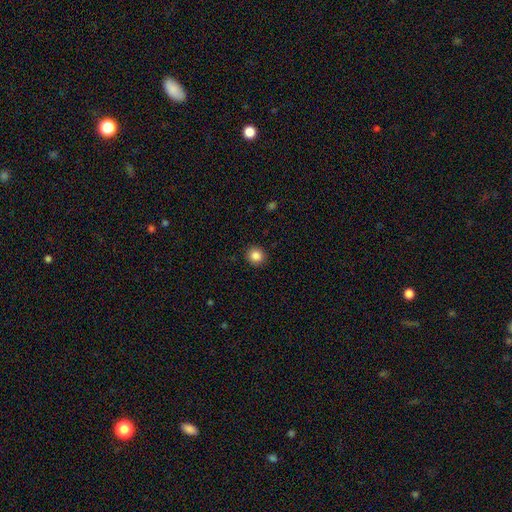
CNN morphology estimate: The model was most divided on "smooth or featured": smooth: 86%, star or artifact: 10%, featured or disk: 4%. More confident: merging — none (92%); how rounded — round (90%).